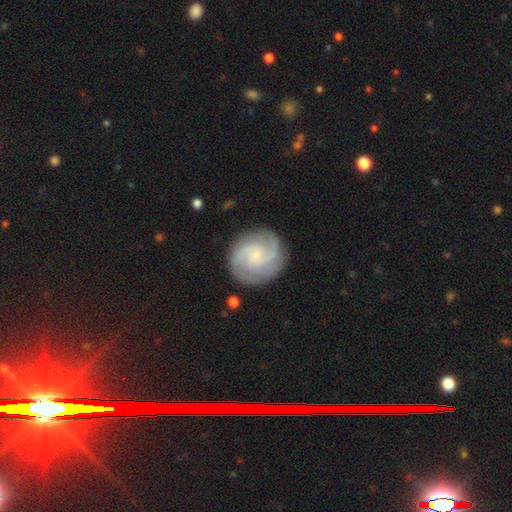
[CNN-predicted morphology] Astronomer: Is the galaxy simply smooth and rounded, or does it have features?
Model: featured or disk — 84%.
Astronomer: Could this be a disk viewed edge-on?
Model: no — 98%.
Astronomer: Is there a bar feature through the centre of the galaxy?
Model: no — 64%.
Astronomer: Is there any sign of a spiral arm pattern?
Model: yes — 98%.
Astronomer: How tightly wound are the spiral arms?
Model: tight — 47% (runner-up: medium, 43%).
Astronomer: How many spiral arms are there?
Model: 3 — 41% (runner-up: 2, 31%).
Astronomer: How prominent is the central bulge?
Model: small — 72%.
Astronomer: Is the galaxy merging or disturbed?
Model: none — 84%.